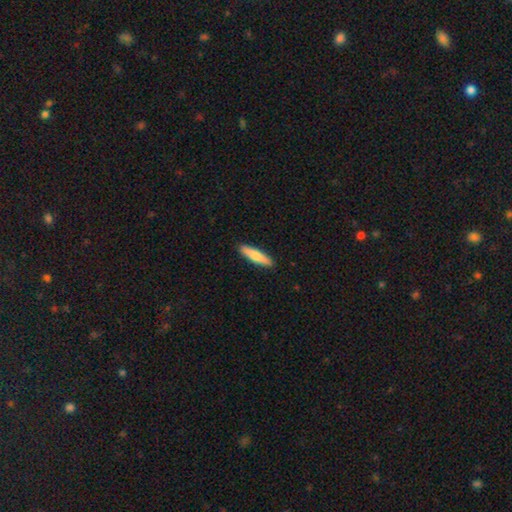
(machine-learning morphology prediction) A smooth galaxy with no disk features (75%) that is cigar-shaped (79%). Merging: none (91%).